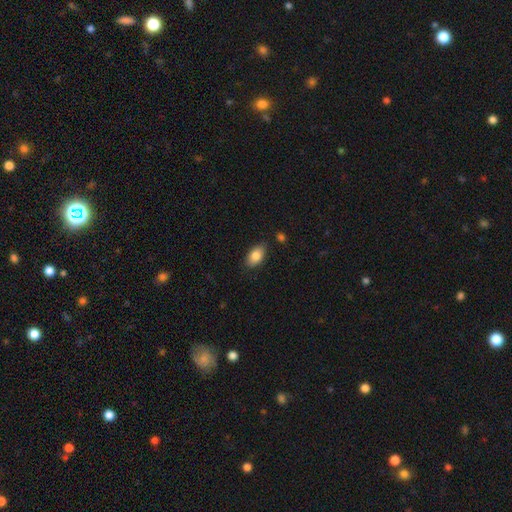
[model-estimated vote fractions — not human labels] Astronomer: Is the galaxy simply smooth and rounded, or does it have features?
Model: smooth — 84%.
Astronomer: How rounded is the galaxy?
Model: in between — 92%.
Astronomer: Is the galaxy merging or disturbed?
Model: none — 82%.